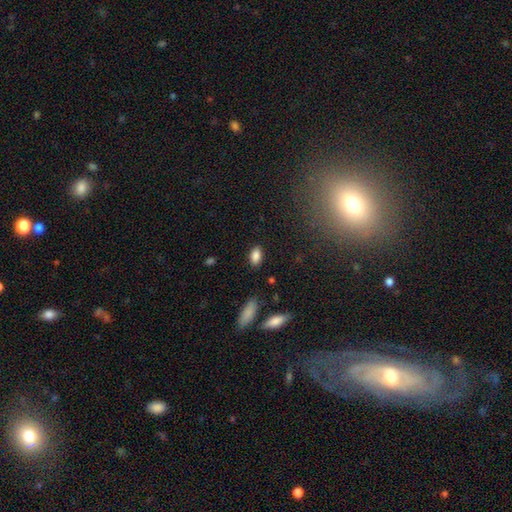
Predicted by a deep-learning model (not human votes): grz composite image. It shows a smooth galaxy with no disk features (86%) that is in between round and cigar-shaped (90%). Merging: none (85%).